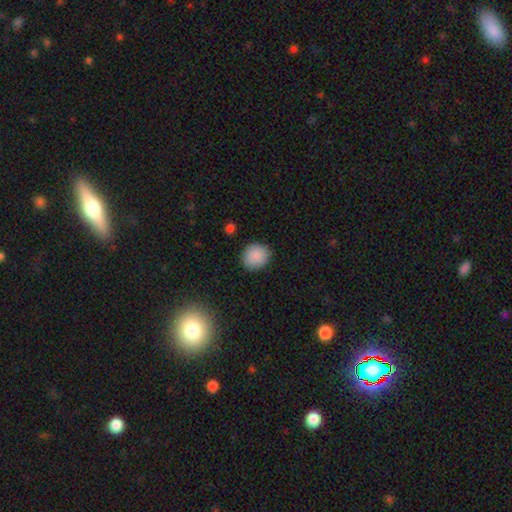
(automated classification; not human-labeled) Q: Smooth or featured?
A: smooth (88%); runner-up: star or artifact (8%)
Q: How rounded?
A: round (81%); runner-up: in between (18%)
Q: Merging?
A: none (86%); runner-up: minor disturbance (10%)